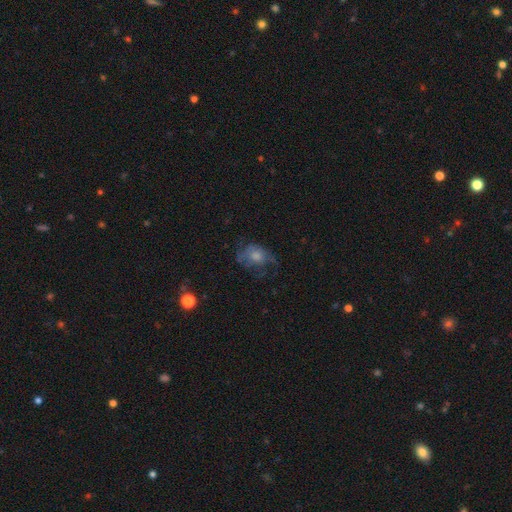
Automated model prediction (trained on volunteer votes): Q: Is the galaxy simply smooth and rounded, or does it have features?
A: smooth — 50%.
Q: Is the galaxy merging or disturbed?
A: major disturbance — 37%.